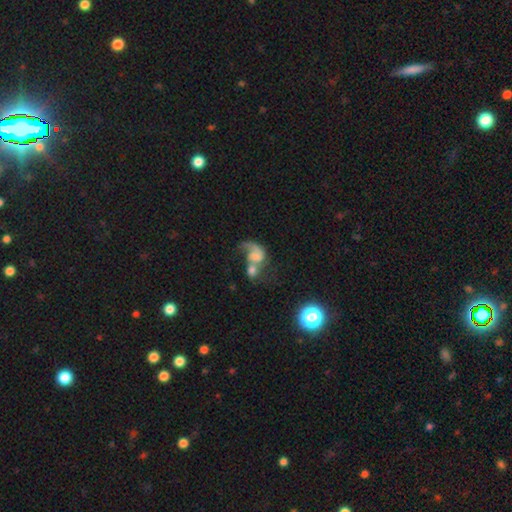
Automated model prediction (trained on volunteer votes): A featured or disk galaxy (51%). Merging: merger (59%).